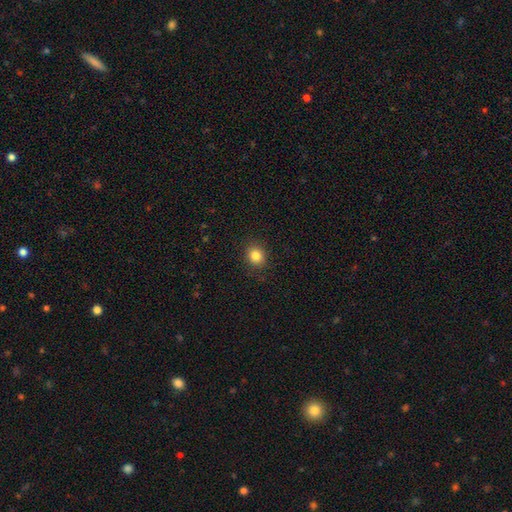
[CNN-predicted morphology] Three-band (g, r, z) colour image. It shows a smooth galaxy with no disk features (84%) that is round (70%). Merging: none (89%).